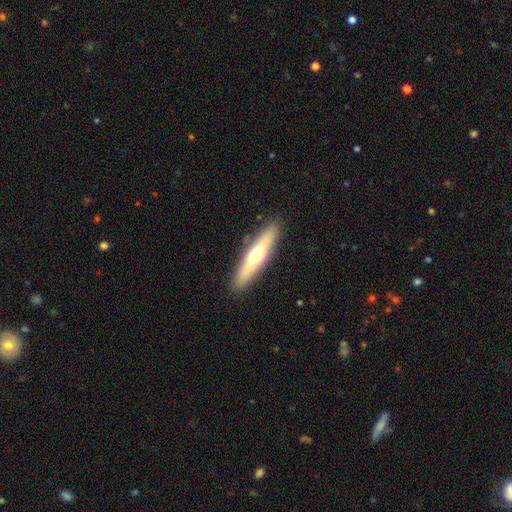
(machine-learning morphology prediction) Smooth or featured: smooth — 50% (featured or disk — 45%)
Merging: none — 89% (minor disturbance — 8%)